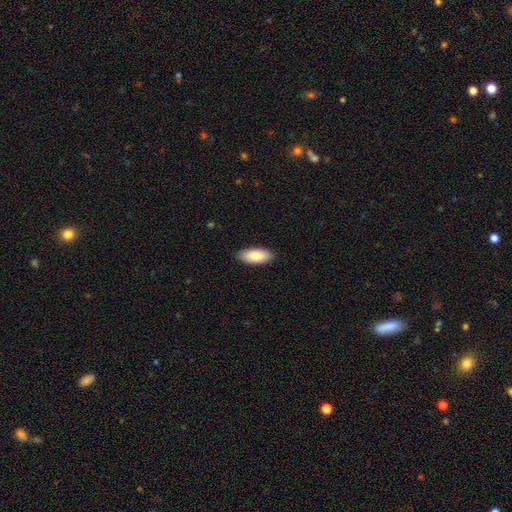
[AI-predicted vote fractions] Smooth or featured?
  - smooth: 81% *
  - featured or disk: 13%
  - star or artifact: 6%
How rounded?
  - in between: 87% *
  - cigar-shaped: 11%
  - round: 2%
Merging?
  - none: 89% *
  - minor disturbance: 9%
  - major disturbance: 2%
  - merger: 1%